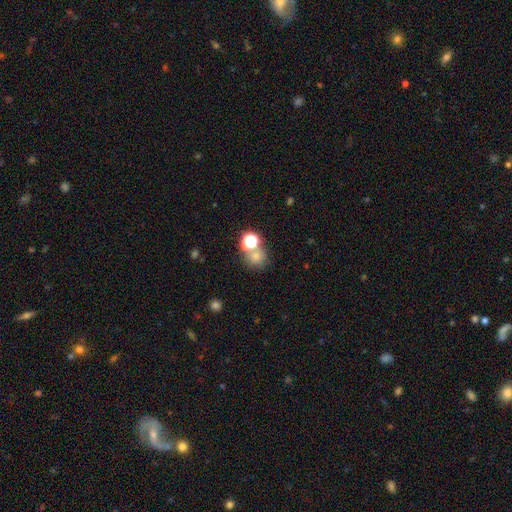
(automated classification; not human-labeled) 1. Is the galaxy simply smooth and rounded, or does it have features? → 58% smooth, 32% star or artifact, 10% featured or disk.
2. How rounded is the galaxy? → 80% round, 19% in between, 1% cigar-shaped.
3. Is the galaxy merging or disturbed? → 57% none, 30% merger, 8% minor disturbance, 5% major disturbance.